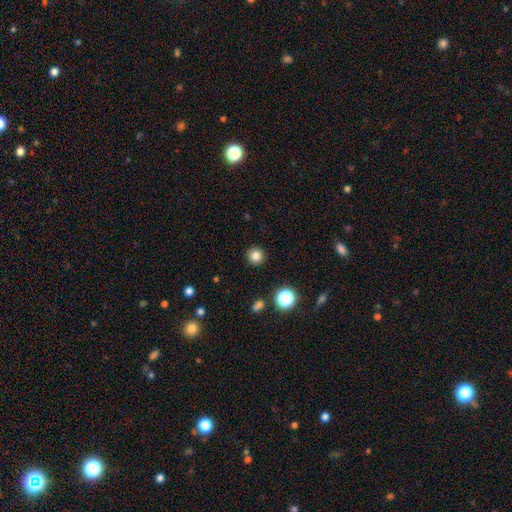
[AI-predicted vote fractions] Morphology: type=smooth (82%); roundness=round (94%); merging=none (92%).